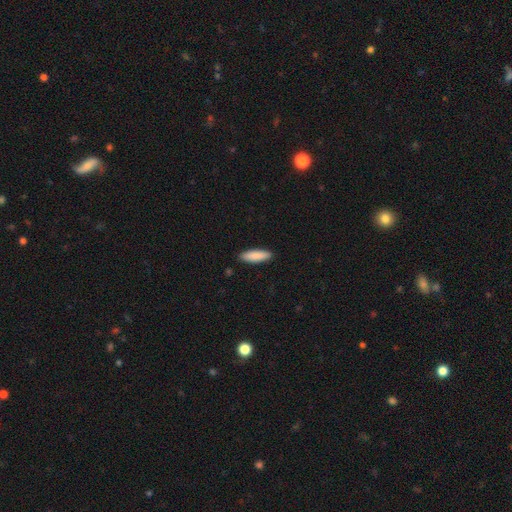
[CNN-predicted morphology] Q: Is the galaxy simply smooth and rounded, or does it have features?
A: smooth — 89%.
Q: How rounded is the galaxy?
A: cigar-shaped — 51%.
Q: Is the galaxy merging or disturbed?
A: none — 90%.